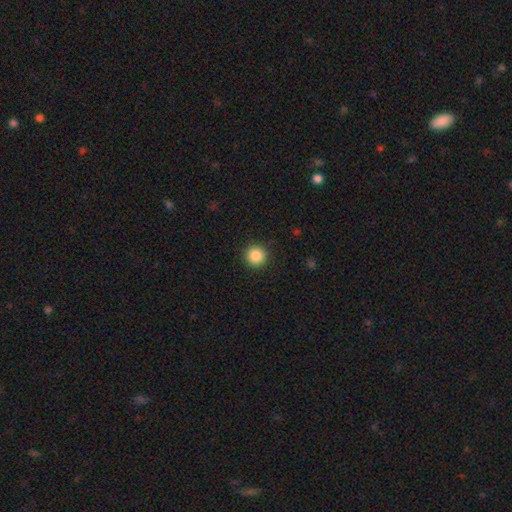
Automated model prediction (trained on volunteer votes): Smooth or featured: smooth — 87% (star or artifact — 9%)
How rounded: round — 96% (in between — 3%)
Merging: none — 92% (minor disturbance — 5%)